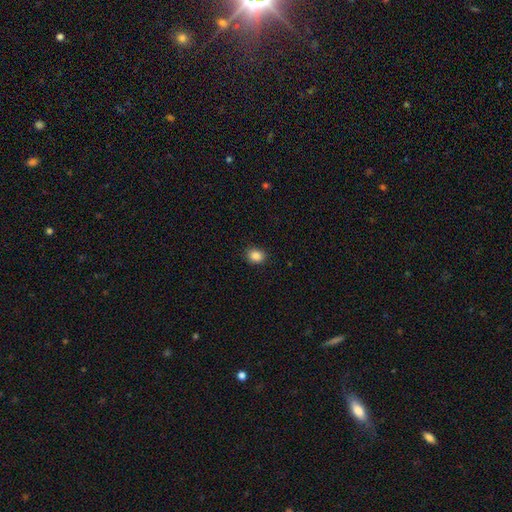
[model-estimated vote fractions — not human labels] A smooth galaxy with no disk features (87%) that is round (54%).

Vote fractions:
- Smooth or featured? smooth: 87% / star or artifact: 10% / featured or disk: 3%
- How rounded? round: 54% / in between: 45% / cigar-shaped: 1%
- Merging? none: 88% / minor disturbance: 9% / major disturbance: 2% / merger: 1%